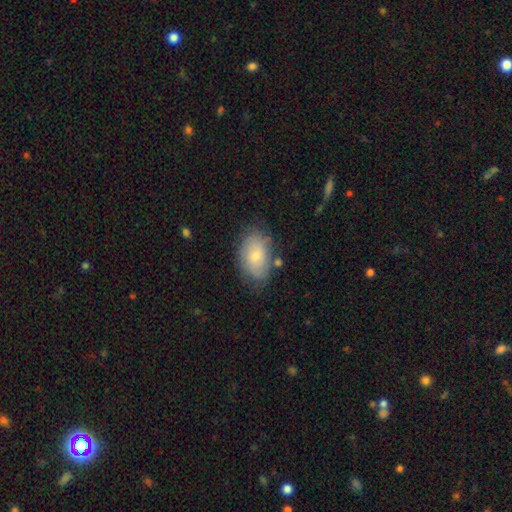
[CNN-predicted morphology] Smooth or featured?
  - smooth: 67% *
  - featured or disk: 25%
  - star or artifact: 7%
How rounded?
  - in between: 90% *
  - round: 9%
  - cigar-shaped: 1%
Merging?
  - none: 67% *
  - minor disturbance: 22%
  - major disturbance: 7%
  - merger: 4%